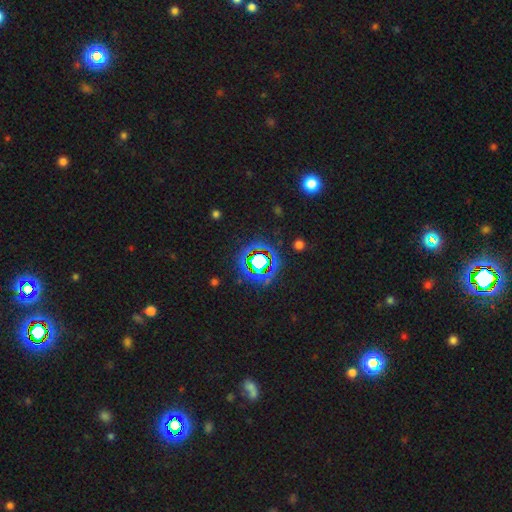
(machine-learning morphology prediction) A star or artifact, not a galaxy (67%).